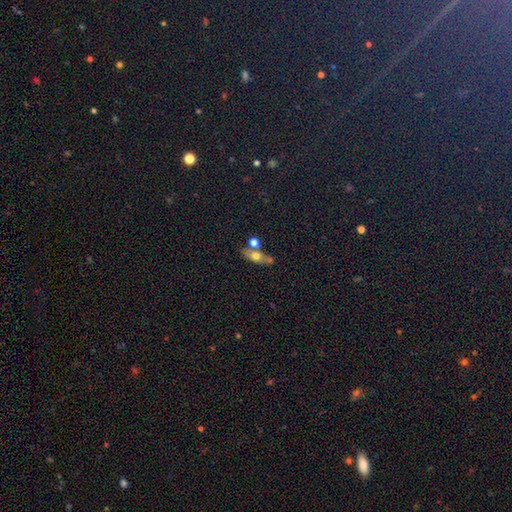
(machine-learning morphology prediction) Smooth or featured: smooth — 52% (featured or disk — 38%)
How rounded: in between — 60% (cigar-shaped — 29%)
Merging: none — 56% (merger — 25%)